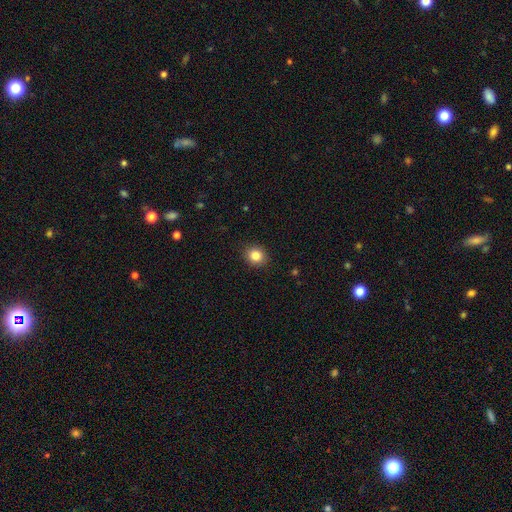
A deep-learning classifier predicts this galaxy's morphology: Smooth or featured? Predicted: smooth (p=0.84). How rounded? Predicted: round (p=0.74). Merging? Predicted: none (p=0.90).